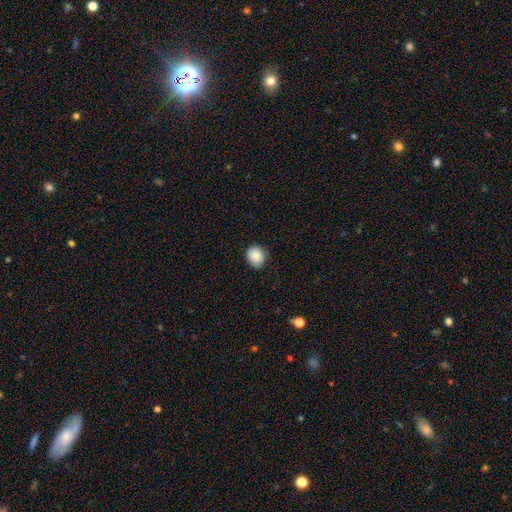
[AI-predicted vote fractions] Morphology: type=smooth (87%); roundness=round (79%); merging=none (81%).